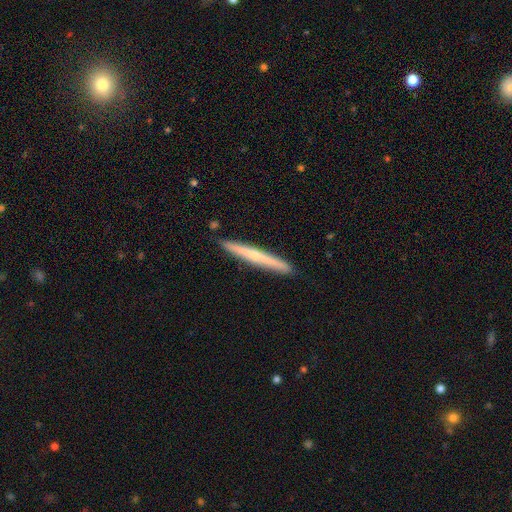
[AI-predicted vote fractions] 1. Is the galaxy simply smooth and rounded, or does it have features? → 54% featured or disk, 40% smooth, 6% star or artifact.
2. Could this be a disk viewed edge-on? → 97% yes, 3% no.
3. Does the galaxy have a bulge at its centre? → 52% rounded, 45% none, 4% boxy.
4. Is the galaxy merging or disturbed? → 91% none, 6% minor disturbance, 1% merger, 1% major disturbance.